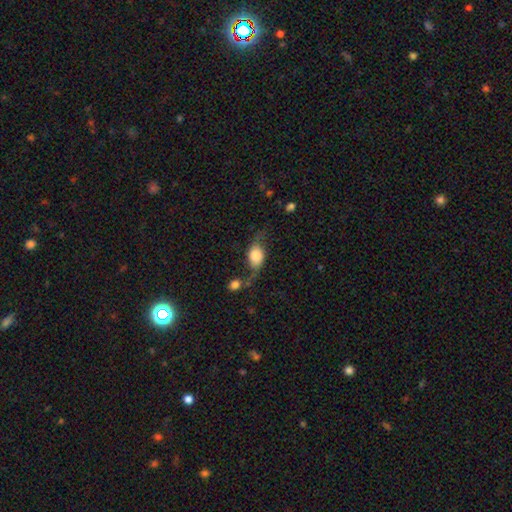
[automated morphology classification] Smooth or featured? Predicted: smooth (p=0.54). How rounded? Predicted: in between (p=0.70). Merging? Predicted: none (p=0.40).